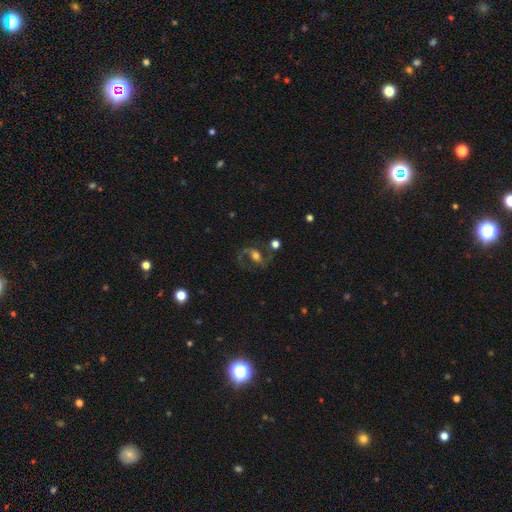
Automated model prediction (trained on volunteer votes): Morphology: type=featured or disk (77%); edge-on=no (97%); bar=weak (40%); spiral arms=yes (92%); winding=medium (52%); arm count=2 (86%); bulge=moderate (62%); merging=none (65%).